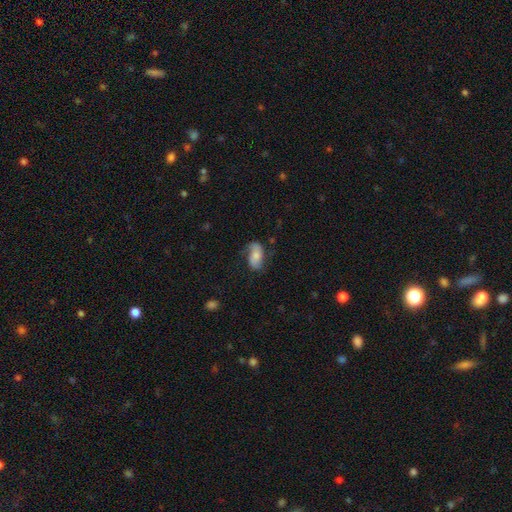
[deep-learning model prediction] Smooth or featured? Predicted: smooth (p=0.53). How rounded? Predicted: in between (p=0.91). Merging? Predicted: none (p=0.56).